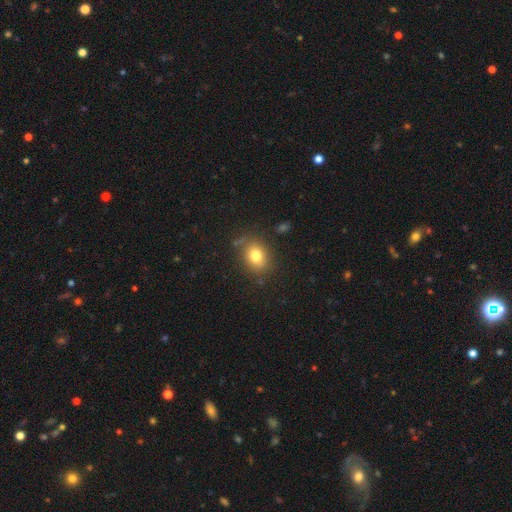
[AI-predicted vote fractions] This appears to be a smooth galaxy with no disk features (79%) that is in between round and cigar-shaped (55%). Merging: none (79%).